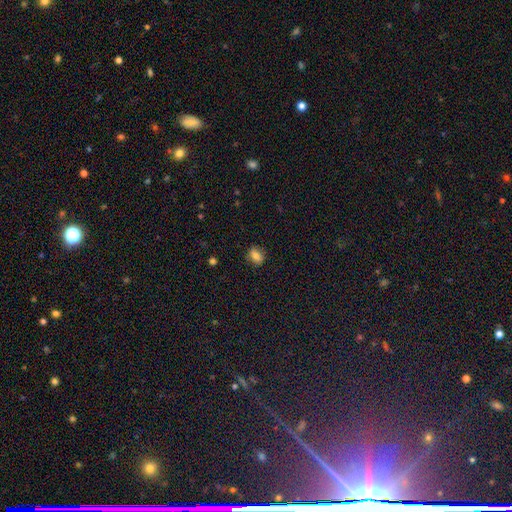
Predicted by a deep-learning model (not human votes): This appears to be a smooth galaxy with no disk features (77%) that is in between round and cigar-shaped (66%). Merging: none (85%).